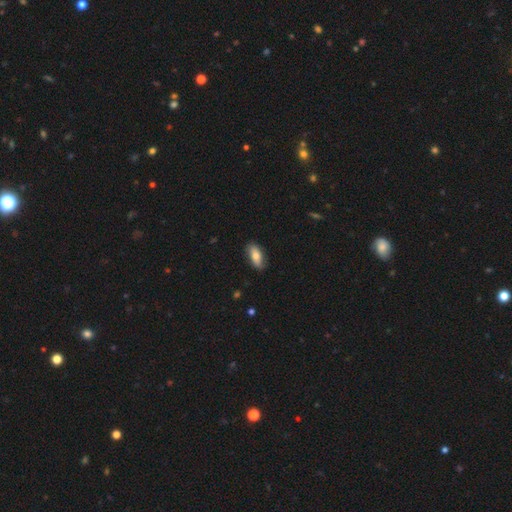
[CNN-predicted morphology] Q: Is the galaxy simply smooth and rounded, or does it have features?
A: smooth — 72%.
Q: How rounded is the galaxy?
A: in between — 84%.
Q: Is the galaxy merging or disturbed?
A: none — 84%.